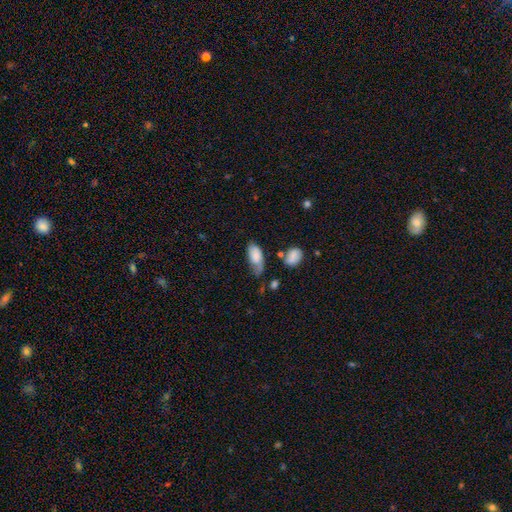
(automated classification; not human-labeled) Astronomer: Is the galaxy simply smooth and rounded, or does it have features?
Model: smooth — 74%.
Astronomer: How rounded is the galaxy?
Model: in between — 91%.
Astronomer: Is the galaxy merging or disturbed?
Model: minor disturbance — 39% (runner-up: none, 34%).